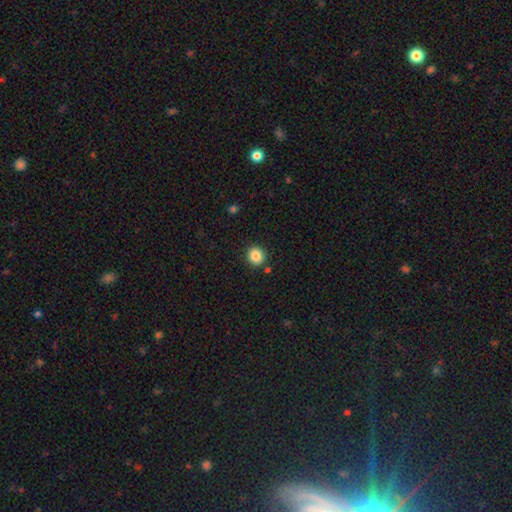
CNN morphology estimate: A smooth galaxy with no disk features (86%) that is round (88%). Merging: none (89%).